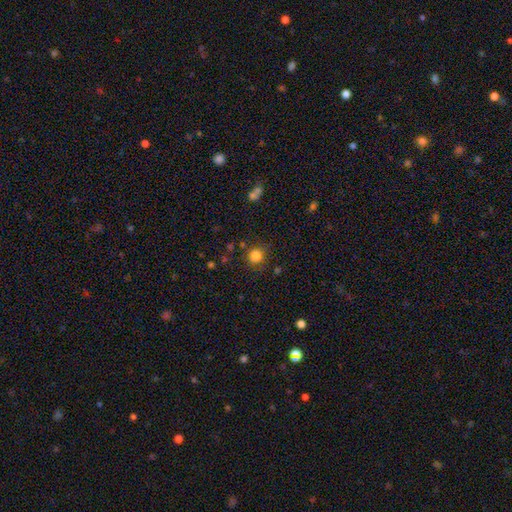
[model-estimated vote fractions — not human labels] smooth-or-featured: smooth: 83% | star or artifact: 12% | featured or disk: 4%
  how-rounded: round: 91% | in between: 8% | cigar-shaped: 1%
  merging: none: 84% | minor disturbance: 9% | major disturbance: 4% | merger: 3%